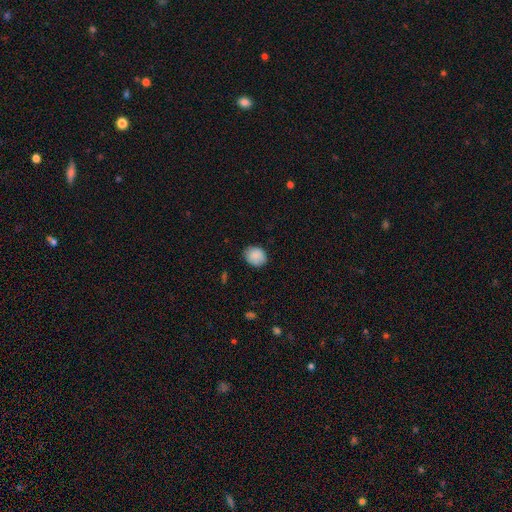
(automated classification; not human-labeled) This appears to be a smooth galaxy with no disk features (86%) that is round (65%). Merging: none (80%).